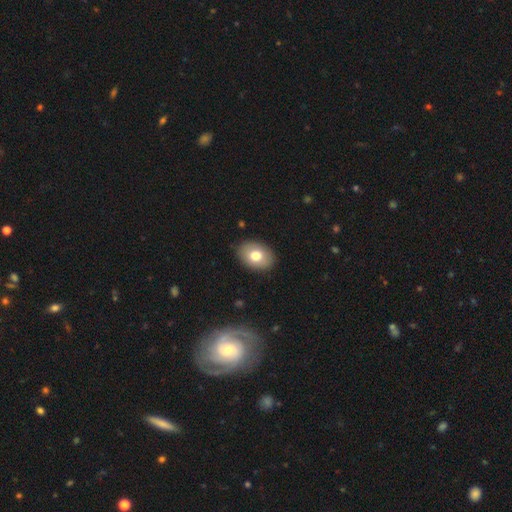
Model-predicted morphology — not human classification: Overall: smooth (76%). How rounded: in between (79%). Merging: none (88%).